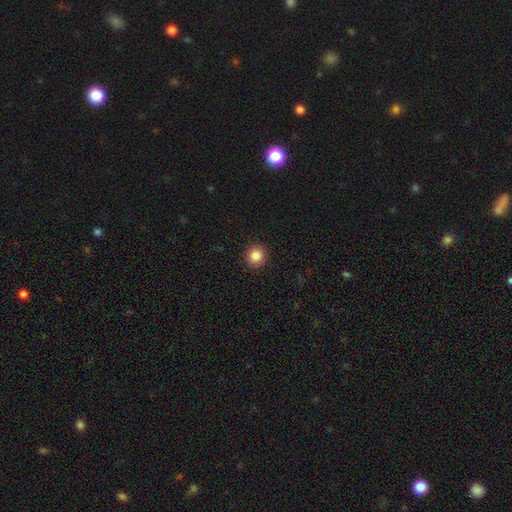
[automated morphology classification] smooth-or-featured: smooth: 85% | star or artifact: 10% | featured or disk: 5%
  how-rounded: round: 92% | in between: 7% | cigar-shaped: 1%
  merging: none: 93% | minor disturbance: 5% | major disturbance: 2% | merger: 1%